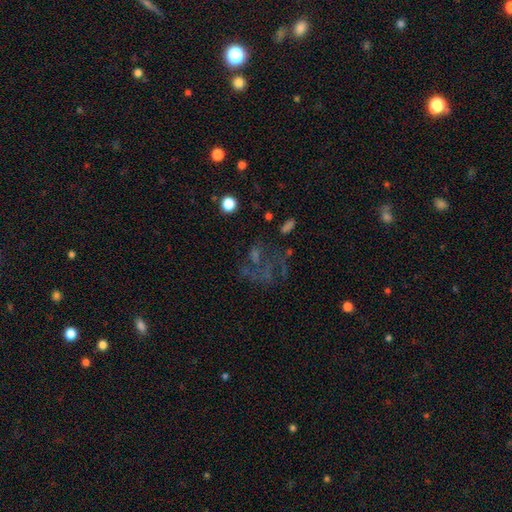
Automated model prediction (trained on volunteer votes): featured or disk 40%, star or artifact 32%, smooth 28%. Down the decision tree: merging — none (42%).